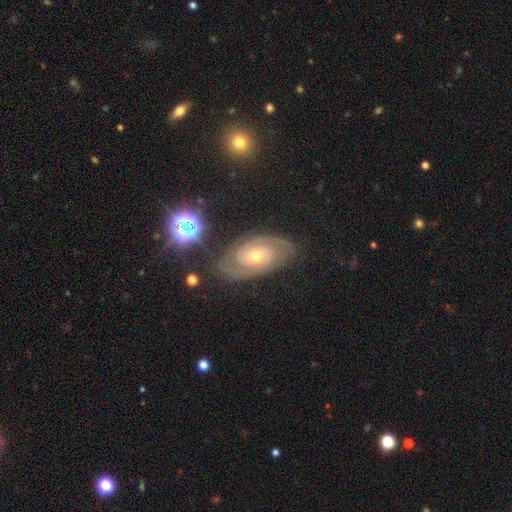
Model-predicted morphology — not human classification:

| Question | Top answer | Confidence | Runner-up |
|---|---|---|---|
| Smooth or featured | featured or disk | 85% | star or artifact (9%) |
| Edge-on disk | no | 96% | yes (4%) |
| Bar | no | 64% | weak (28%) |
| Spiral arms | yes | 96% | no (4%) |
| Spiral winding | tight | 65% | medium (30%) |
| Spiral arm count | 2 | 83% | can't tell (7%) |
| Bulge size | moderate | 50% | small (47%) |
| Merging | none | 82% | minor disturbance (13%) |